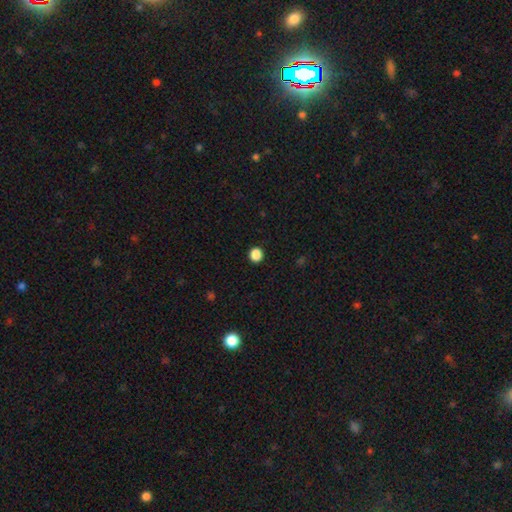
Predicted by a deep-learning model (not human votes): The model was most divided on "how rounded": round: 84%, in between: 15%, cigar-shaped: 1%. More confident: merging — none (92%); smooth or featured — smooth (87%).